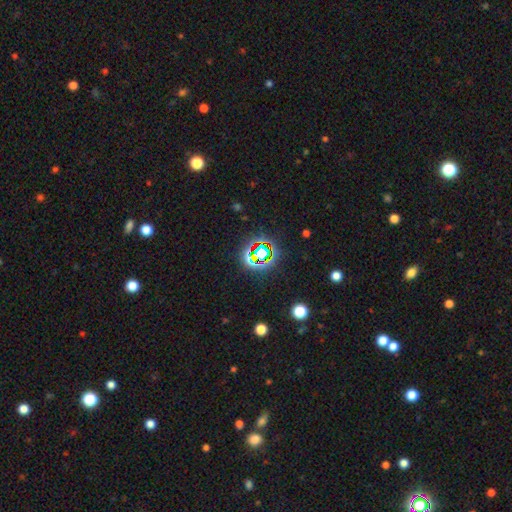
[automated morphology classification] A star or artifact, not a galaxy (70%).